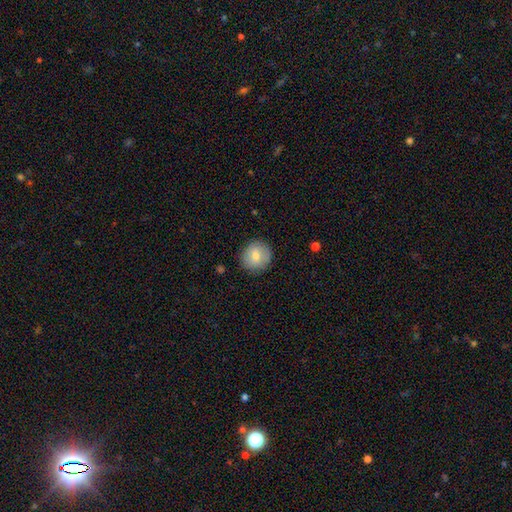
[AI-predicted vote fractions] Q: Smooth or featured?
A: smooth (74%); runner-up: featured or disk (18%)
Q: How rounded?
A: round (89%); runner-up: in between (10%)
Q: Merging?
A: none (87%); runner-up: minor disturbance (10%)